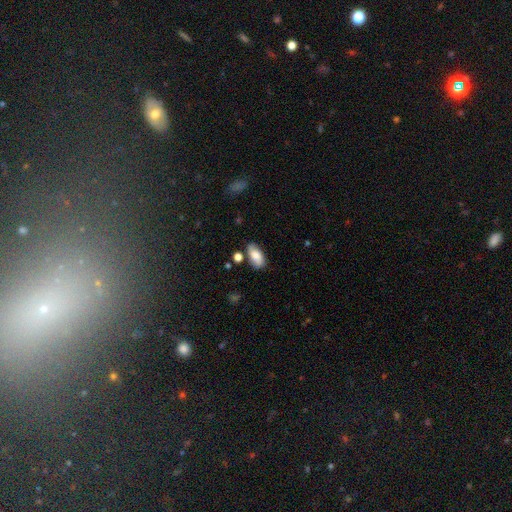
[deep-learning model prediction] Smooth or featured?
  - smooth: 71% *
  - featured or disk: 22%
  - star or artifact: 8%
How rounded?
  - in between: 92% *
  - cigar-shaped: 4%
  - round: 4%
Merging?
  - none: 68% *
  - minor disturbance: 21%
  - merger: 6%
  - major disturbance: 5%